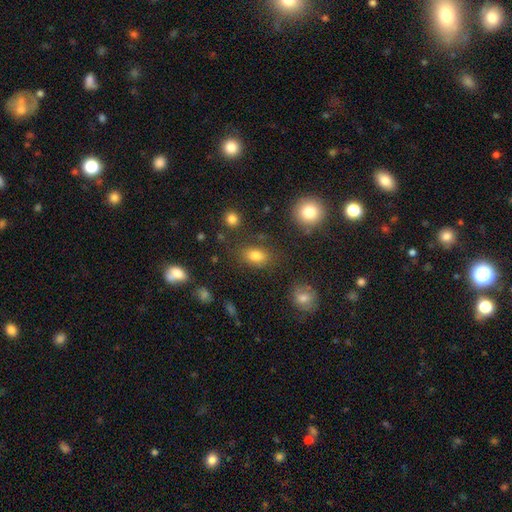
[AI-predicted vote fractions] This appears to be a smooth galaxy with no disk features (80%) that is in between round and cigar-shaped (82%). Merging: none (78%).